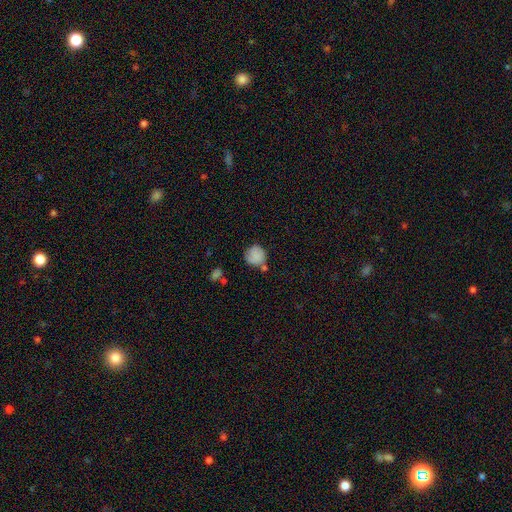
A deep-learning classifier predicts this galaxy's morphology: The model was most divided on "merging": none: 59%, minor disturbance: 23%, merger: 11%, major disturbance: 8%. More confident: how rounded — round (86%); smooth or featured — smooth (79%).